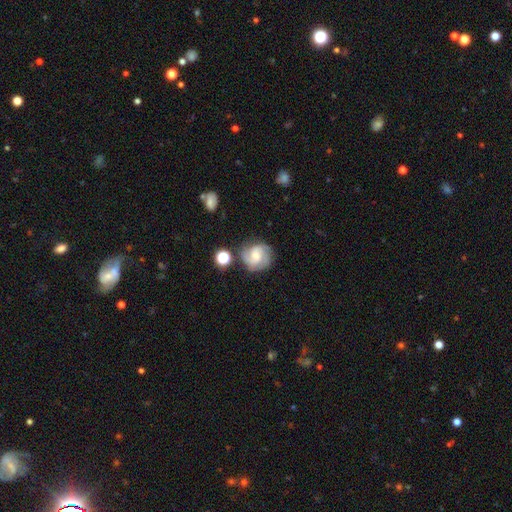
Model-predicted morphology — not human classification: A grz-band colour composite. It shows a featured or disk galaxy (69%) with no bar (63%), 3 (46%) tight (44%) spiral arms (94%) and a moderate central bulge (46%). Merging: none (70%).